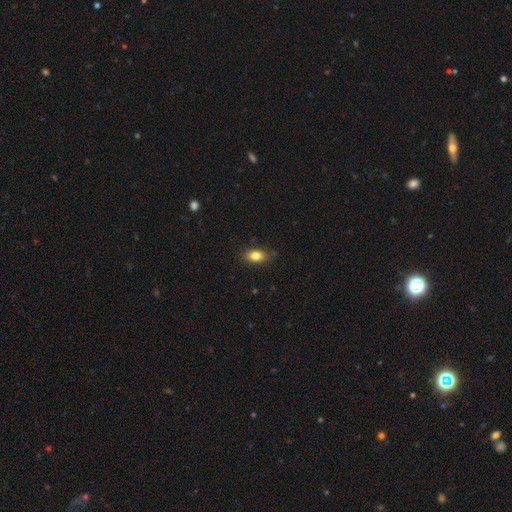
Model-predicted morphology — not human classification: Smooth or featured: smooth — 83% (featured or disk — 9%)
How rounded: in between — 87% (round — 8%)
Merging: none — 82% (minor disturbance — 15%)